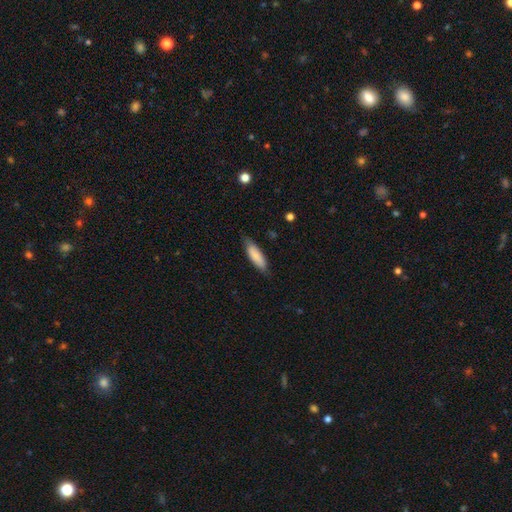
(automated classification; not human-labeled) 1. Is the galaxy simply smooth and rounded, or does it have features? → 82% smooth, 12% featured or disk, 5% star or artifact.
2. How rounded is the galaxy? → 51% cigar-shaped, 47% in between, 1% round.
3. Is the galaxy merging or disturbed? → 79% none, 17% minor disturbance, 3% major disturbance, 1% merger.